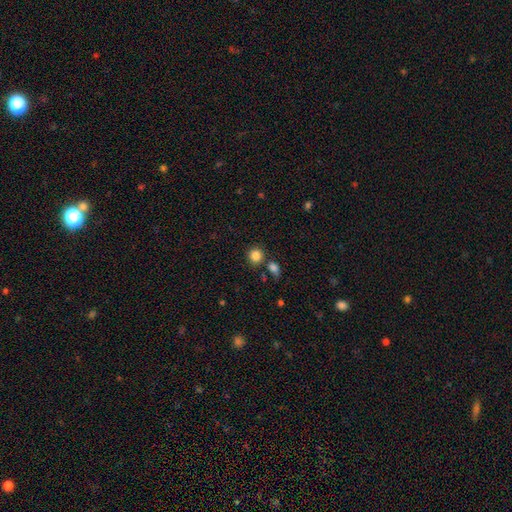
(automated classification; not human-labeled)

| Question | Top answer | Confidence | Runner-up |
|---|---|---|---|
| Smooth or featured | smooth | 84% | star or artifact (11%) |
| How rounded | round | 88% | in between (11%) |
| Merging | none | 77% | merger (11%) |